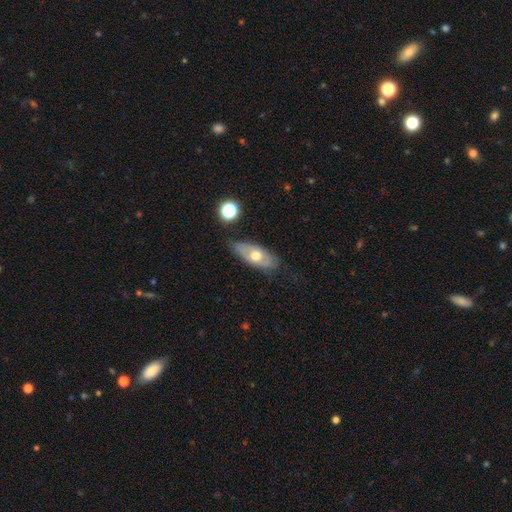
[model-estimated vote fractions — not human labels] A smooth galaxy with no disk features (52%) that is in between round and cigar-shaped (82%).

Vote fractions:
- Smooth or featured? smooth: 52% / featured or disk: 41% / star or artifact: 7%
- How rounded? in between: 82% / cigar-shaped: 12% / round: 6%
- Merging? none: 74% / minor disturbance: 19% / major disturbance: 5% / merger: 2%